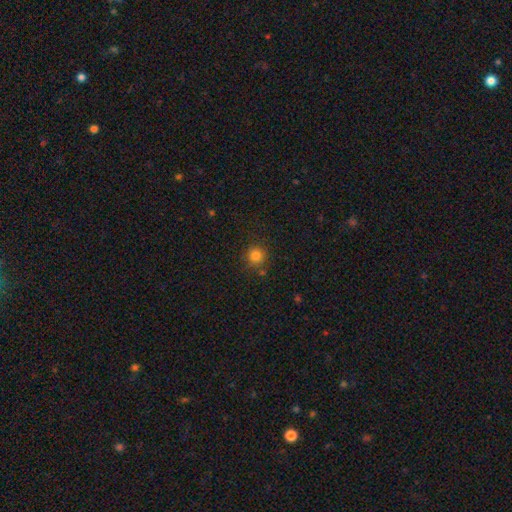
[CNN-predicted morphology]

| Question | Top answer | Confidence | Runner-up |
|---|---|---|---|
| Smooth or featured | smooth | 82% | star or artifact (13%) |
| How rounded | round | 93% | in between (6%) |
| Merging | none | 83% | minor disturbance (10%) |